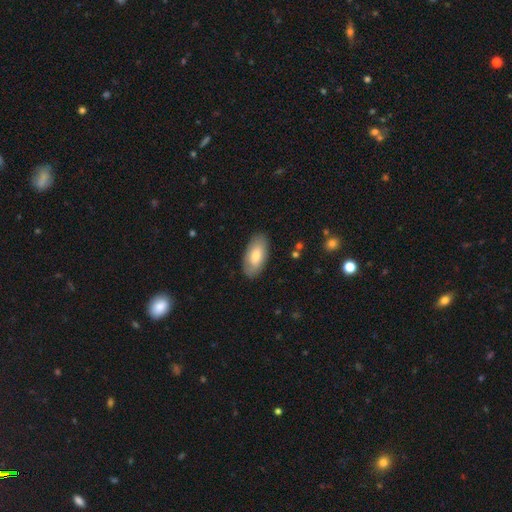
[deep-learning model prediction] Smooth or featured? smooth (74%)
How rounded? in between (93%)
Merging? none (86%)